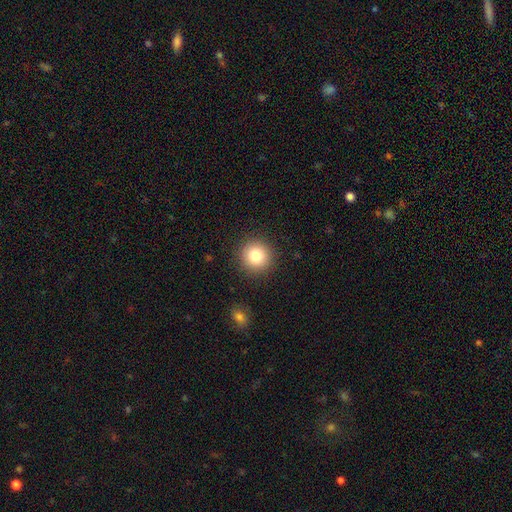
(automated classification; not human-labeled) smooth 82%, star or artifact 11%, featured or disk 8%. Down the decision tree: how rounded — round (94%); merging — none (90%).